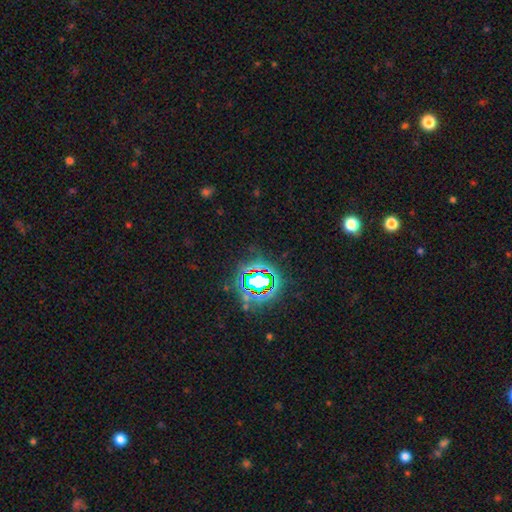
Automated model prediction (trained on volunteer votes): This appears to be a star or artifact, not a galaxy (80%).